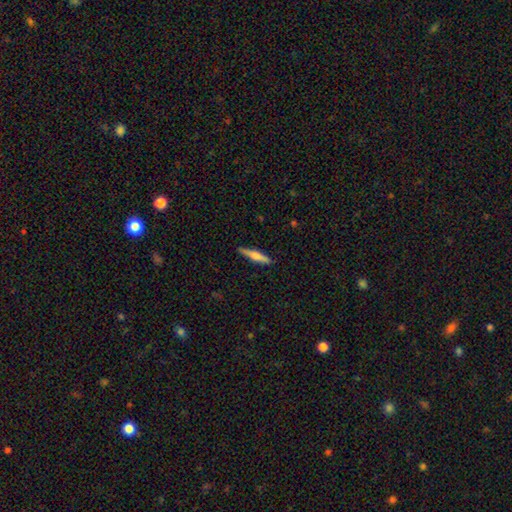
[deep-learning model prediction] Smooth or featured? smooth (50%)
How rounded? cigar-shaped (88%)
Merging? none (88%)